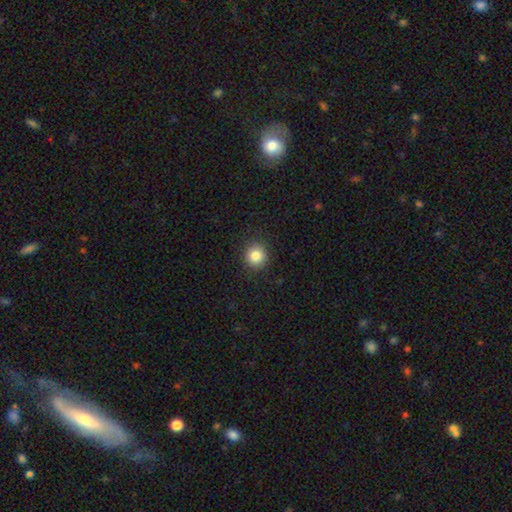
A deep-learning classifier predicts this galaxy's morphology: smooth-or-featured: smooth: 85% | star or artifact: 11% | featured or disk: 5%
  how-rounded: round: 92% | in between: 8% | cigar-shaped: 1%
  merging: none: 91% | minor disturbance: 6% | major disturbance: 2% | merger: 1%